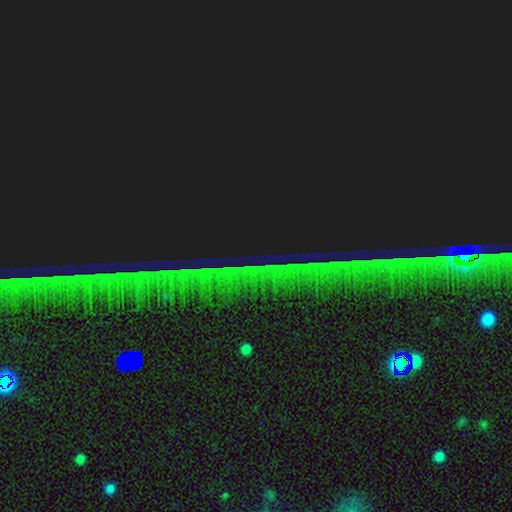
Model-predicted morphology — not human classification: This appears to be a star or artifact, not a galaxy (86%).